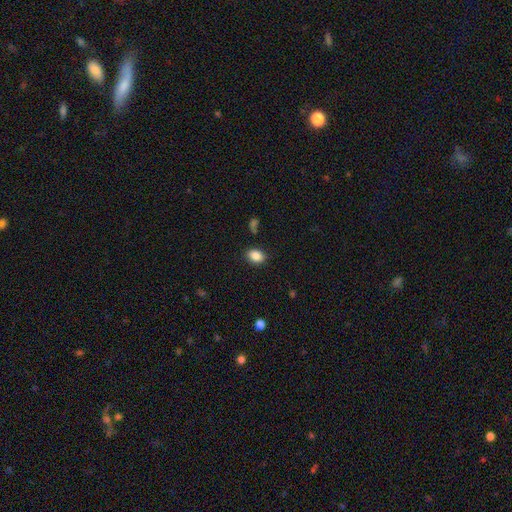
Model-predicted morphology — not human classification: smooth_or_featured: smooth (p=0.87) [alt: star or artifact p=0.09]
how_rounded: in between (p=0.75) [alt: round p=0.23]
merging: none (p=0.86) [alt: minor disturbance p=0.10]